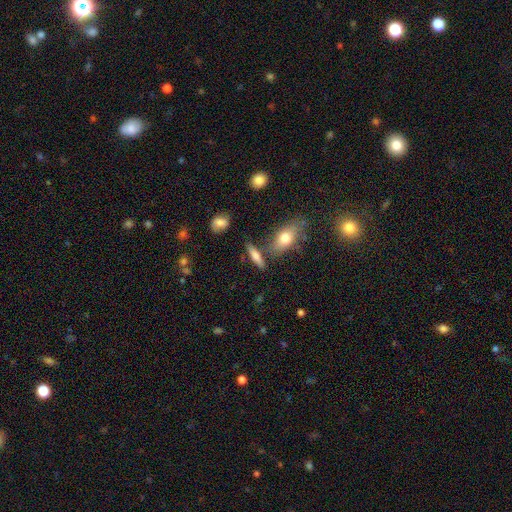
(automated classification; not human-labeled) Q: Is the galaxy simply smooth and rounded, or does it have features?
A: smooth — 62%.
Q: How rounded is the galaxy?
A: cigar-shaped — 67%.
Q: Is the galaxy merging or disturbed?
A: none — 73%.